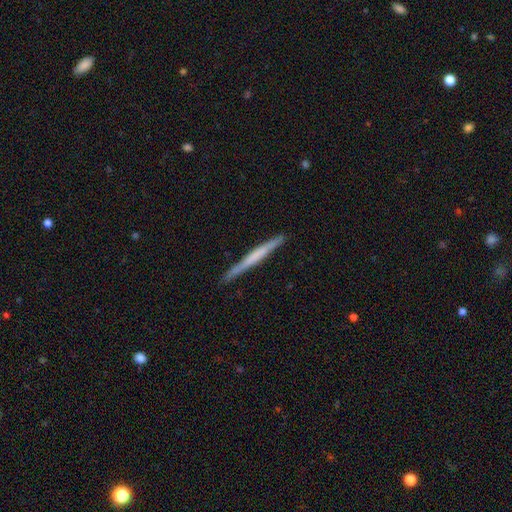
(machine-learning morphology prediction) The model was most divided on "smooth or featured": featured or disk: 51%, smooth: 44%, star or artifact: 5%. More confident: edge-on disk — yes (97%); merging — none (90%).